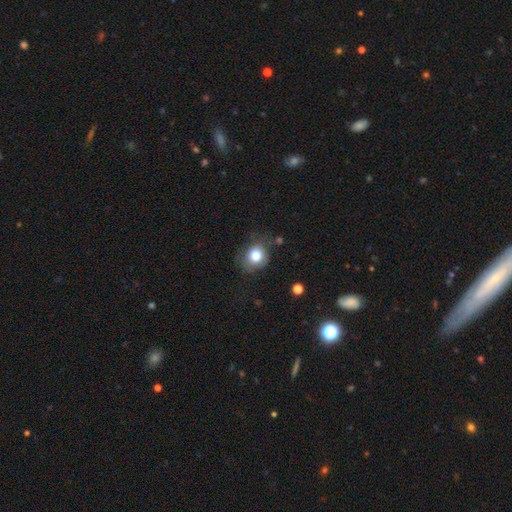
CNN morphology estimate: smooth_or_featured: smooth (p=0.79) [alt: featured or disk p=0.11]
how_rounded: round (p=0.68) [alt: in between p=0.31]
merging: none (p=0.66) [alt: minor disturbance p=0.23]